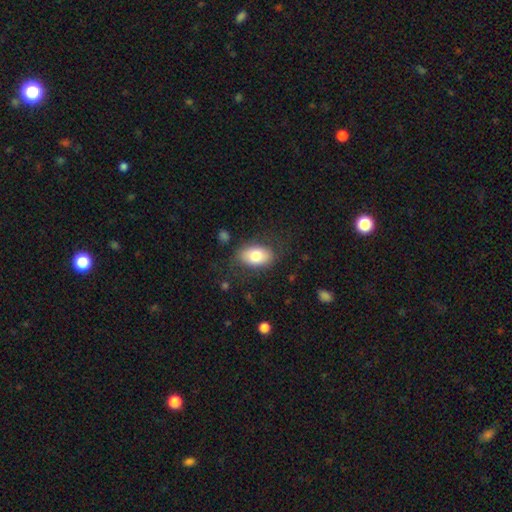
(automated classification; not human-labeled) smooth_or_featured: smooth (p=0.78) [alt: featured or disk p=0.16]
how_rounded: in between (p=0.90) [alt: round p=0.09]
merging: none (p=0.77) [alt: minor disturbance p=0.15]